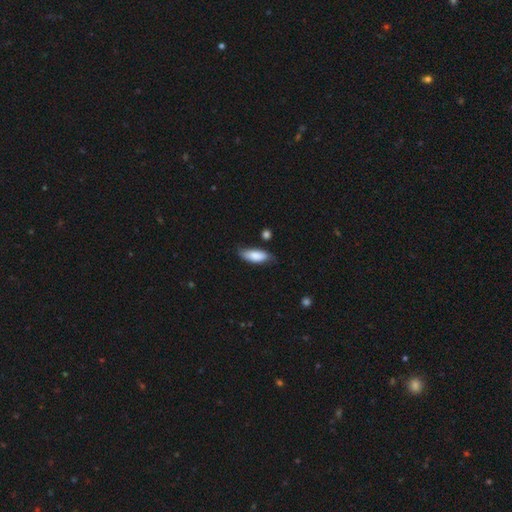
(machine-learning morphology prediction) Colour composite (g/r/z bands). It shows a smooth galaxy with no disk features (82%) that is in between round and cigar-shaped (78%). Merging: none (66%).